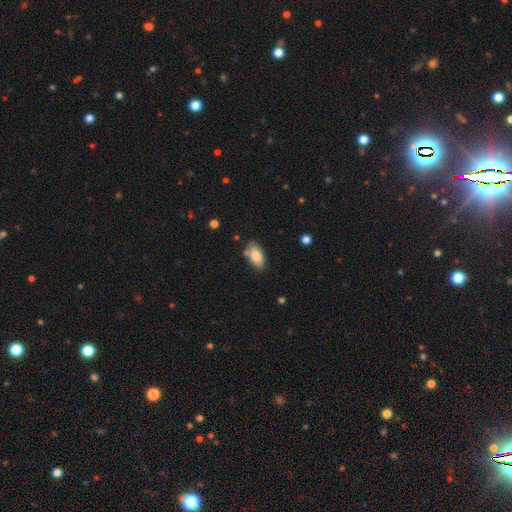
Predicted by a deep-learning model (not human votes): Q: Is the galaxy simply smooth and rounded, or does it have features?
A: smooth — 84%.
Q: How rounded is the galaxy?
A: in between — 92%.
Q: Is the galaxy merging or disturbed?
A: none — 74%.